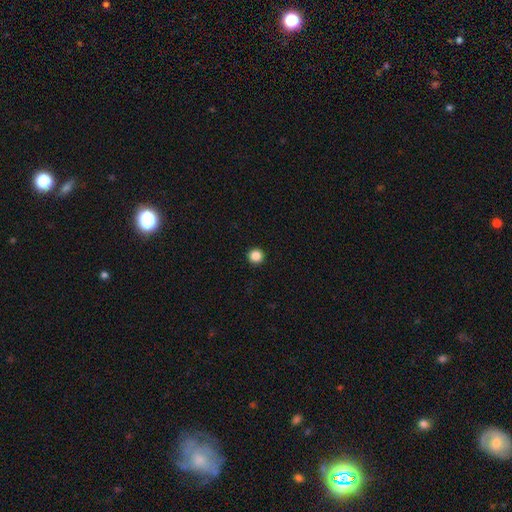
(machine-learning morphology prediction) A smooth galaxy with no disk features (87%) that is round (97%). Merging: none (94%).